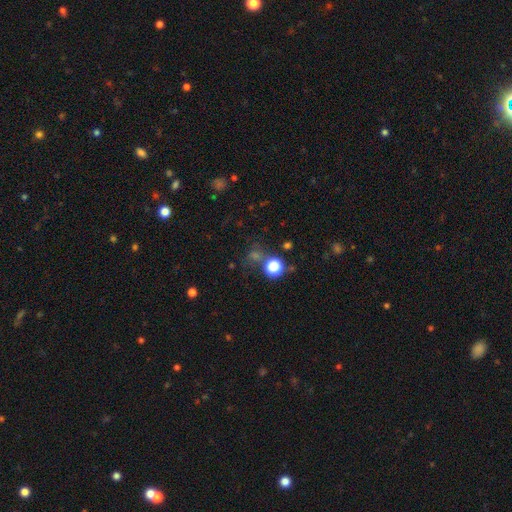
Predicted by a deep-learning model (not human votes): smooth-or-featured: smooth: 49% | star or artifact: 44% | featured or disk: 7%
  merging: none: 70% | merger: 14% | minor disturbance: 10% | major disturbance: 6%